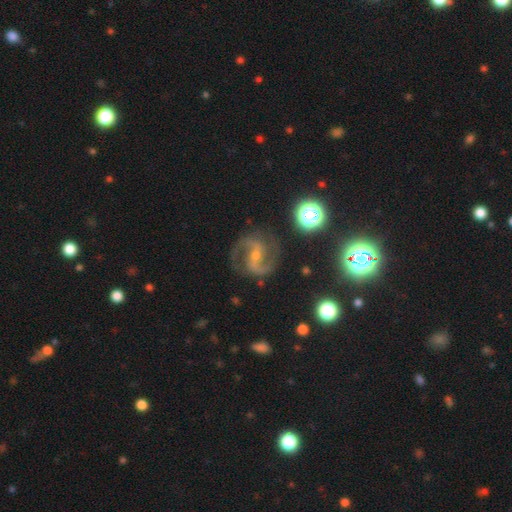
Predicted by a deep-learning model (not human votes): featured or disk 90%, star or artifact 6%, smooth 3%. Down the decision tree: edge-on disk — no (98%); bar — weak (41%); spiral arms — yes (98%); spiral arm count — 2 (93%); spiral winding — medium (63%); bulge size — small (64%); merging — none (80%).